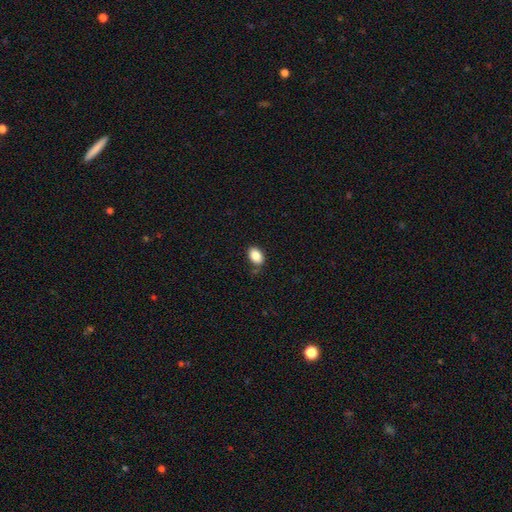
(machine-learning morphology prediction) smooth 87%, star or artifact 8%, featured or disk 5%. Down the decision tree: how rounded — in between (87%); merging — none (80%).